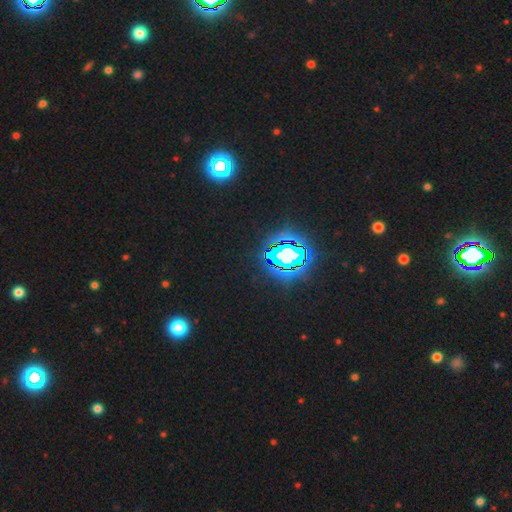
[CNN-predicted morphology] Q: Smooth or featured?
A: star or artifact (83%); runner-up: smooth (11%)